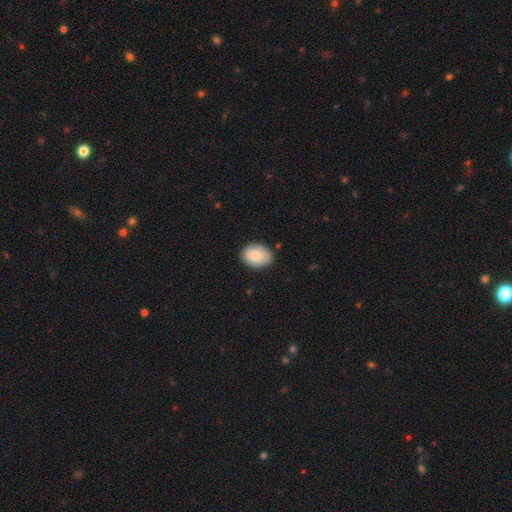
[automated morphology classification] Smooth or featured: smooth — 82% (featured or disk — 11%)
How rounded: in between — 67% (round — 32%)
Merging: none — 84% (minor disturbance — 12%)